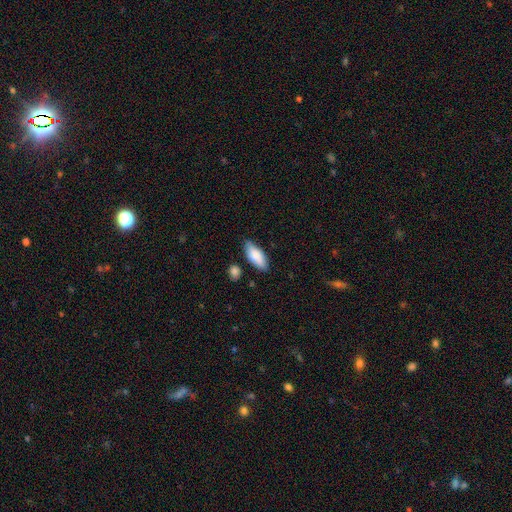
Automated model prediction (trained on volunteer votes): Smooth or featured? smooth (83%)
How rounded? in between (82%)
Merging? none (76%)